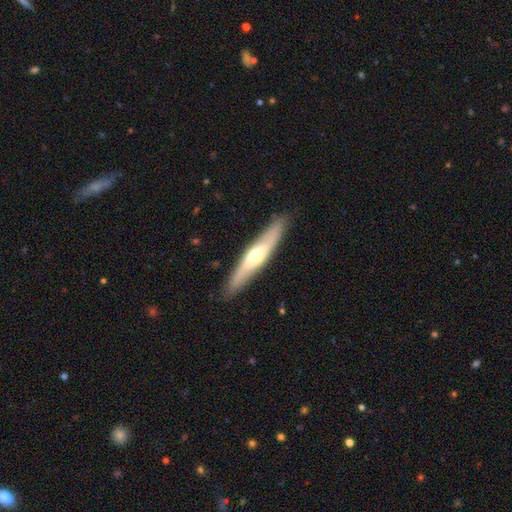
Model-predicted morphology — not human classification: This appears to be a featured or disk galaxy (55%) viewed edge-on (76%). Merging: none (88%).